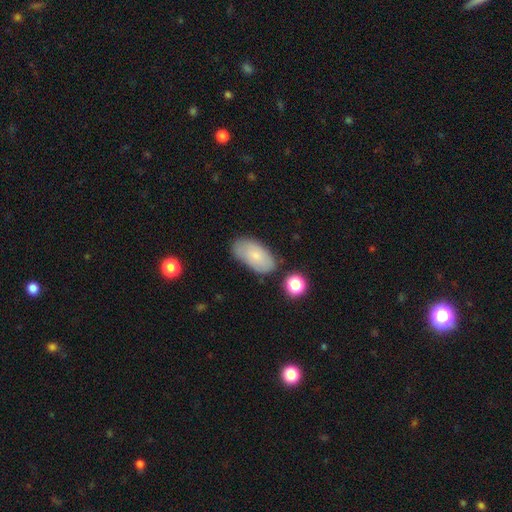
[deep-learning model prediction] This is likely a smooth galaxy (75%). How rounded: clearly in between (94%). Merging: likely none (71%).